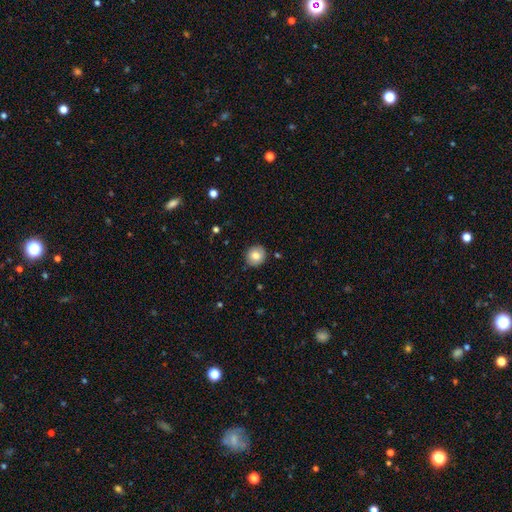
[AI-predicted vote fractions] The model was most divided on "smooth or featured": smooth: 80%, featured or disk: 11%, star or artifact: 9%. More confident: merging — none (88%); how rounded — round (86%).